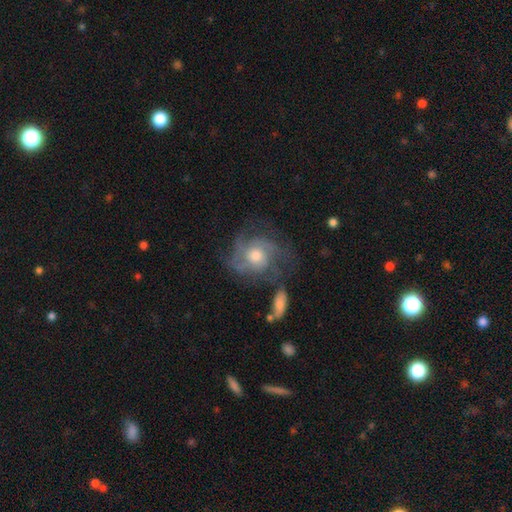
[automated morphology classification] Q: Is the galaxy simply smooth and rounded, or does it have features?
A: featured or disk — 80%.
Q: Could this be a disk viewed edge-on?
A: no — 97%.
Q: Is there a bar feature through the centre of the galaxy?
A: no — 77%.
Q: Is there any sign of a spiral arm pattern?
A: yes — 92%.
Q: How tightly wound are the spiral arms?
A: tight — 45%.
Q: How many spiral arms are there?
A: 3 — 33%.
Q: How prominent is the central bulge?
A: moderate — 67%.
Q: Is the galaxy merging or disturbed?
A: none — 58%.